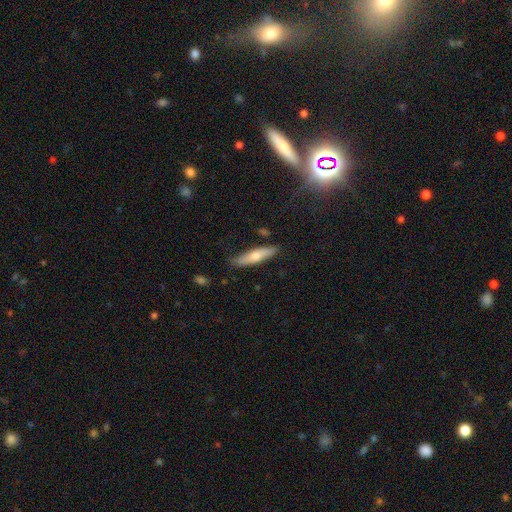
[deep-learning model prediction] smooth 66%, featured or disk 28%, star or artifact 6%. Down the decision tree: how rounded — cigar-shaped (77%); merging — none (80%).